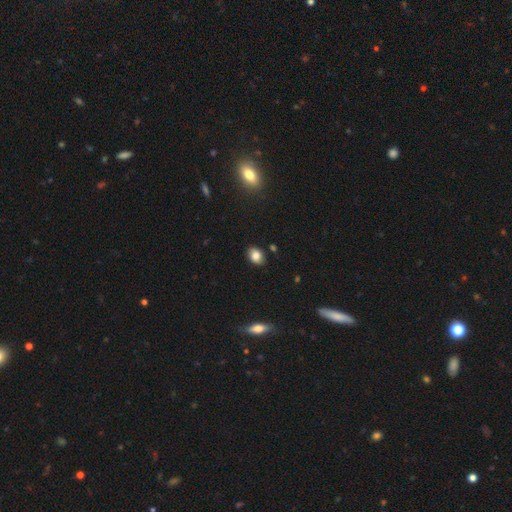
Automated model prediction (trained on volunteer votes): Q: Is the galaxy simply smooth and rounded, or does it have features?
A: smooth — 82%.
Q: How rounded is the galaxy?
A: in between — 77%.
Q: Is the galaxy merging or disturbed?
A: none — 85%.